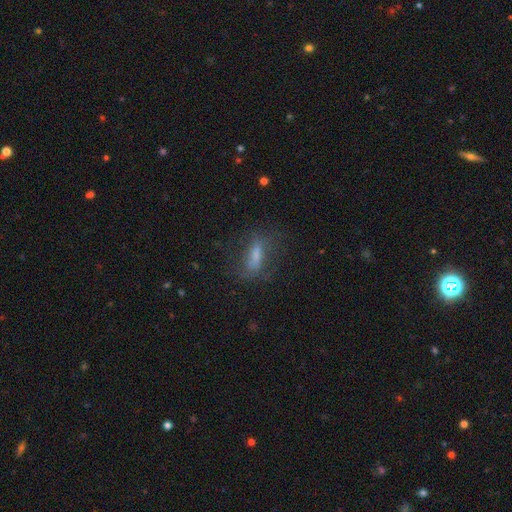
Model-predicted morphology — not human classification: smooth_or_featured: smooth (p=0.52) [alt: featured or disk p=0.34]
how_rounded: in between (p=0.48) [tied with: cigar-shaped p=0.48]
merging: none (p=0.62) [alt: minor disturbance p=0.19]